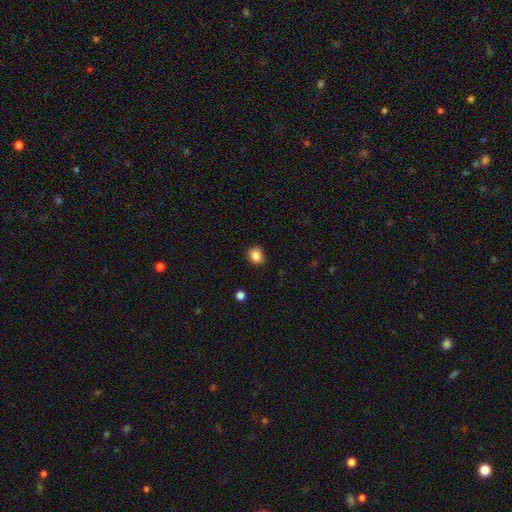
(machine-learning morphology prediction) type=smooth (84%); roundness=round (64%); merging=none (85%).